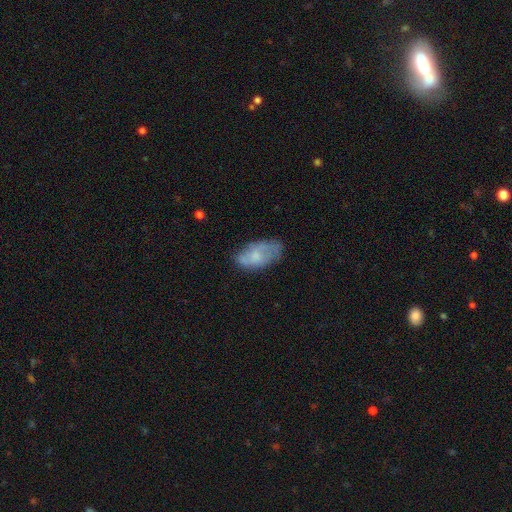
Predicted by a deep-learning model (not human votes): Morphology: type=smooth (58%); roundness=in between (92%); merging=none (56%).